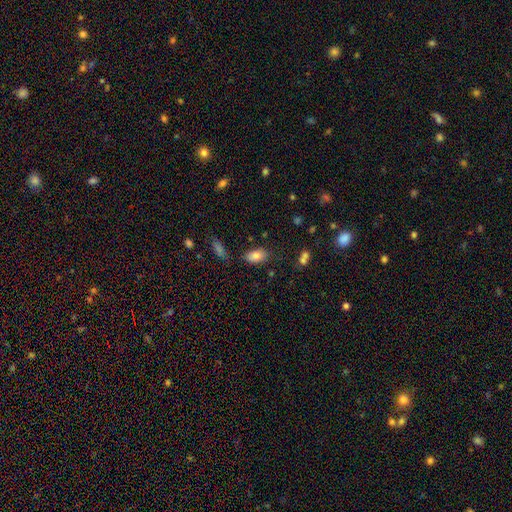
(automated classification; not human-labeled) Q: Smooth or featured?
A: smooth (82%); runner-up: featured or disk (10%)
Q: How rounded?
A: in between (92%); runner-up: round (6%)
Q: Merging?
A: none (77%); runner-up: minor disturbance (14%)